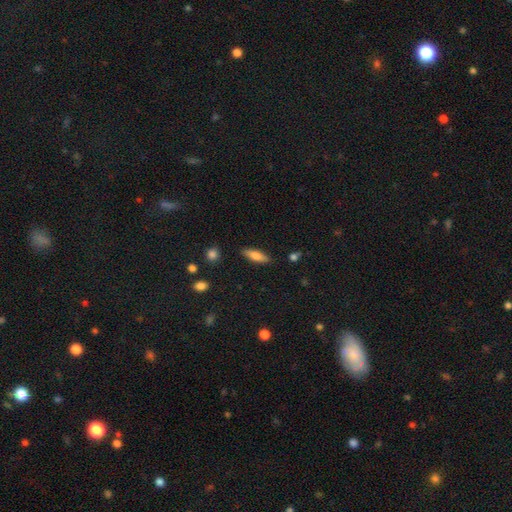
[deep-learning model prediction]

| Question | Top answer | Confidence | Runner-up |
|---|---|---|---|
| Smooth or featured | smooth | 75% | featured or disk (19%) |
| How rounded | cigar-shaped | 50% | in between (48%) |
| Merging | none | 86% | minor disturbance (10%) |